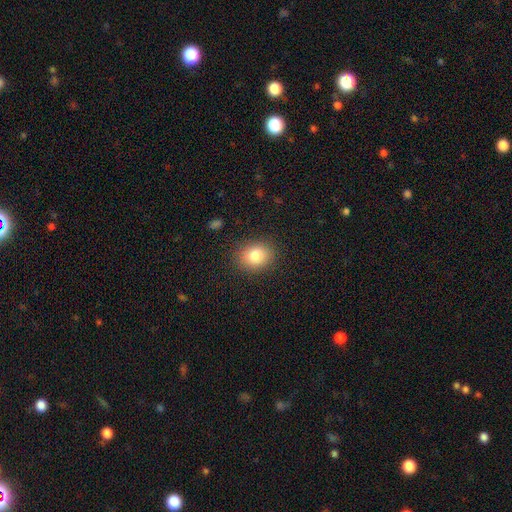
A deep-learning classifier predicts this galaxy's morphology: smooth 82%, star or artifact 10%, featured or disk 9%. Down the decision tree: how rounded — in between (55%); merging — none (87%).